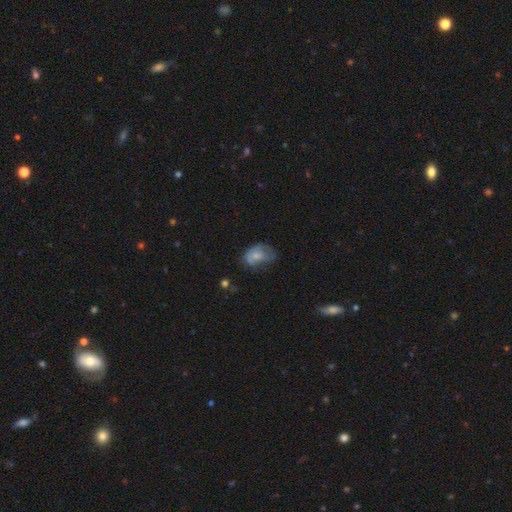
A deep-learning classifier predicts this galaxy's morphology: This is likely a smooth galaxy (62%). How rounded: clearly in between (81%). Merging: marginally minor disturbance (35%).